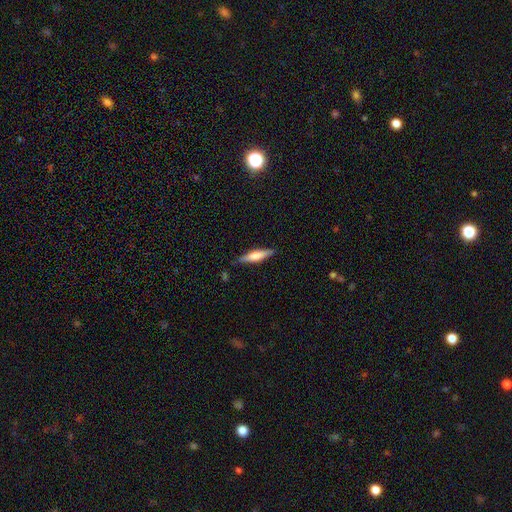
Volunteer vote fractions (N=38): Morphology: type=smooth (47%); roundness=cigar-shaped (78%); merging=none (86%).